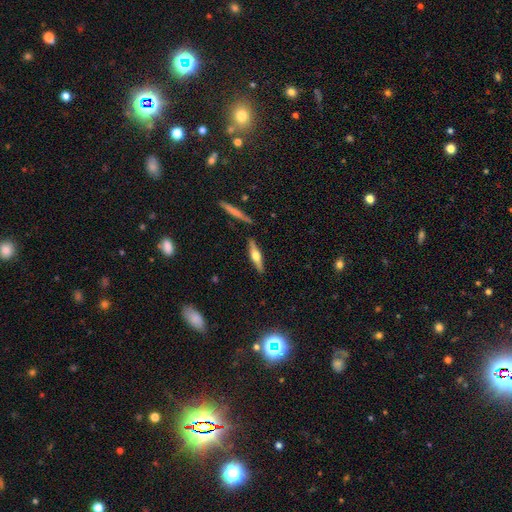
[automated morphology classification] Smooth or featured? Predicted: featured or disk (p=0.60). Edge-on disk? Predicted: yes (p=0.96). Edge-on bulge? Predicted: rounded (p=0.92). Merging? Predicted: none (p=0.86).